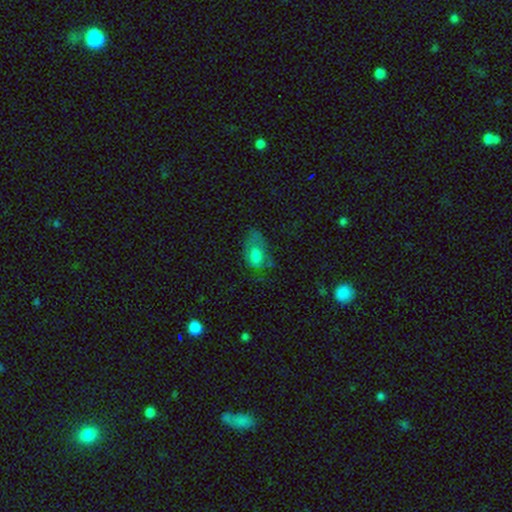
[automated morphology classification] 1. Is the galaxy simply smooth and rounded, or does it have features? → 64% smooth, 25% featured or disk, 10% star or artifact.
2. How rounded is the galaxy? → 88% in between, 10% round, 2% cigar-shaped.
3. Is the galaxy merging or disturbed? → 36% major disturbance, 31% none, 30% minor disturbance, 3% merger.